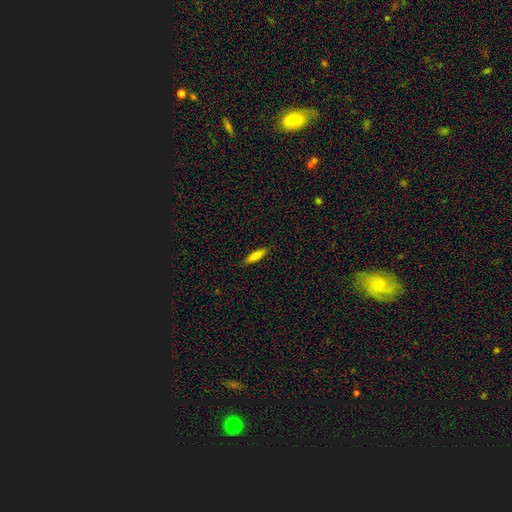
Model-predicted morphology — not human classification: This is likely a smooth galaxy (77%). How rounded: likely cigar-shaped (65%). Merging: clearly none (87%).